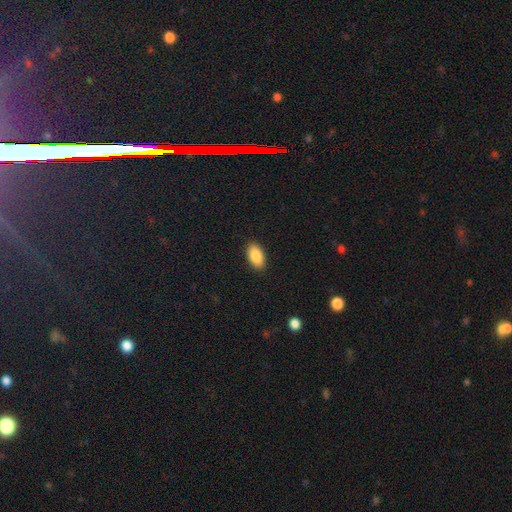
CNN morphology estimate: The model was most divided on "smooth or featured": smooth: 87%, star or artifact: 7%, featured or disk: 6%. More confident: how rounded — in between (94%); merging — none (90%).